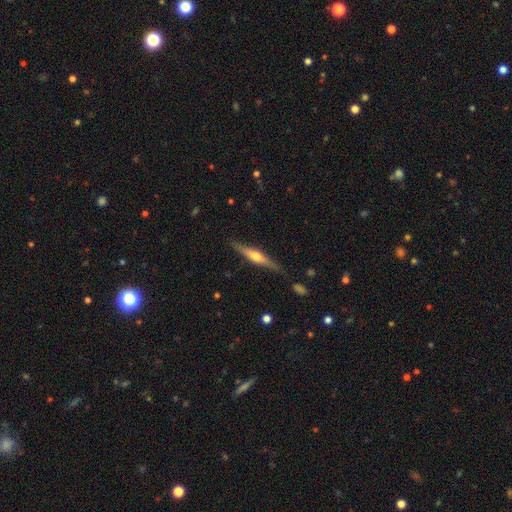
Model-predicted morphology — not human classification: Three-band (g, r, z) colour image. It shows a featured or disk galaxy (68%) viewed edge-on (97%) with a rounded central bulge (91%). Merging: none (86%).